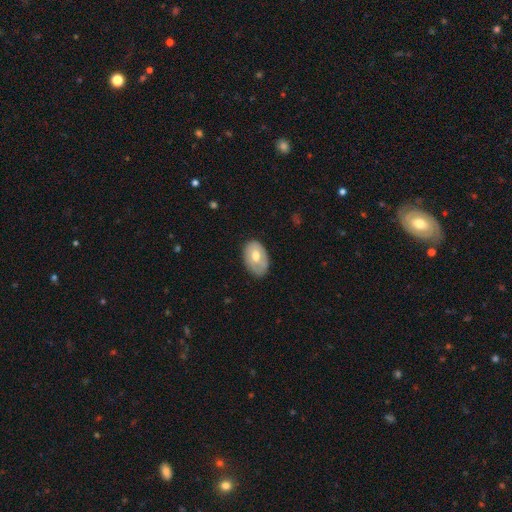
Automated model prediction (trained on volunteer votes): Q: Smooth or featured?
A: smooth (56%); runner-up: featured or disk (38%)
Q: How rounded?
A: in between (89%); runner-up: round (10%)
Q: Merging?
A: none (72%); runner-up: minor disturbance (22%)